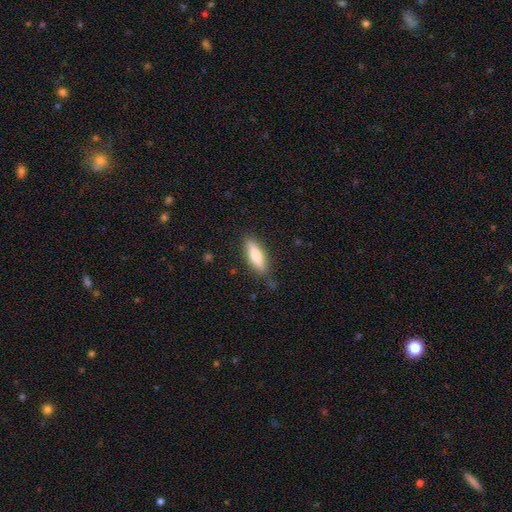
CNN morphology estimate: Q: Smooth or featured?
A: smooth (71%); runner-up: featured or disk (24%)
Q: How rounded?
A: cigar-shaped (50%); runner-up: in between (48%)
Q: Merging?
A: none (84%); runner-up: minor disturbance (12%)